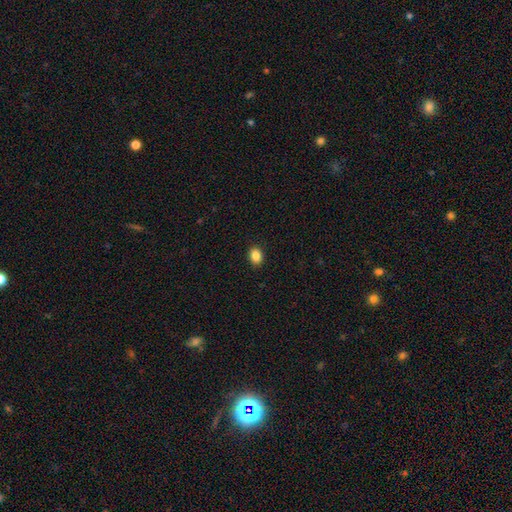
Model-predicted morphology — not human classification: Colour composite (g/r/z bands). It shows a smooth galaxy with no disk features (87%) that is in between round and cigar-shaped (57%). Merging: none (91%).